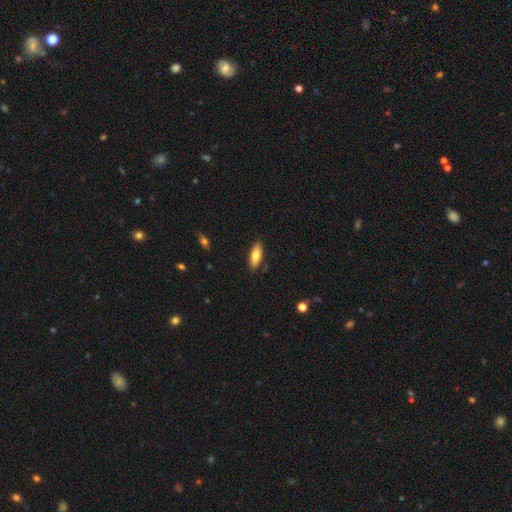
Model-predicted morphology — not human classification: Smooth or featured? smooth (76%)
How rounded? in between (68%)
Merging? none (84%)